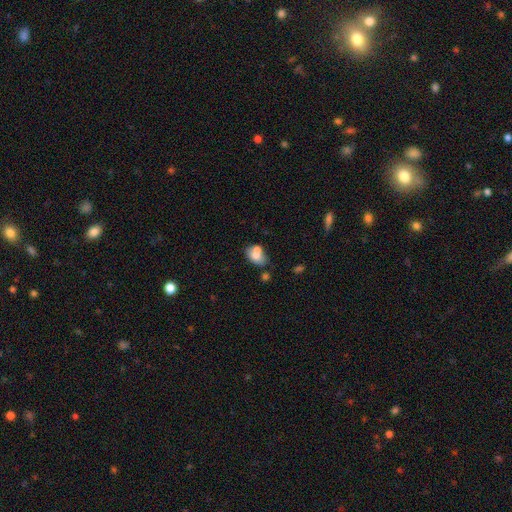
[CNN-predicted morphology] Overall: smooth (72%). How rounded: in between (80%). Merging: merger (40%; none 37%).